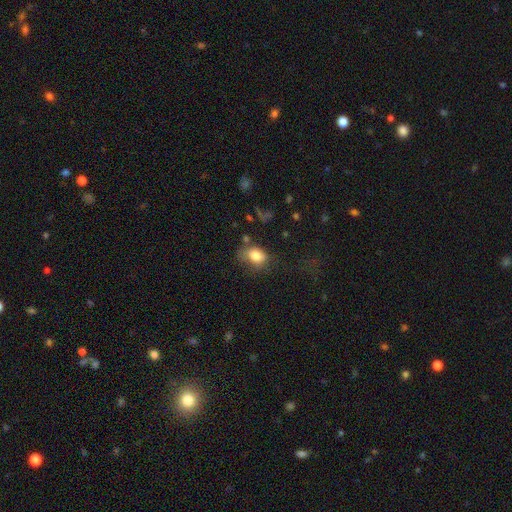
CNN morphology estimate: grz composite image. It shows a smooth galaxy with no disk features (80%) that is in between round and cigar-shaped (71%). Merging: none (46%).